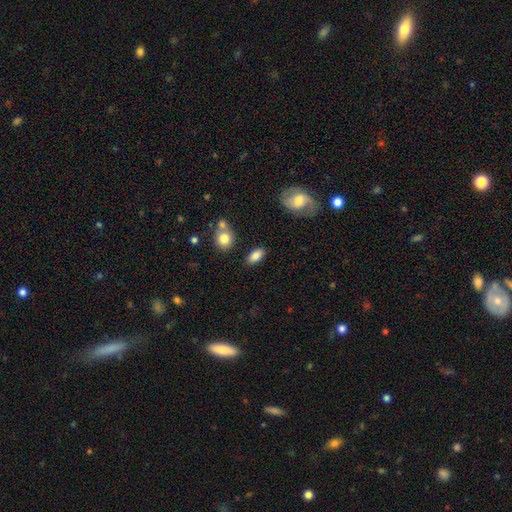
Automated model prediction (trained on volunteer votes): A smooth galaxy with no disk features (84%) that is in between round and cigar-shaped (90%). Merging: none (82%).